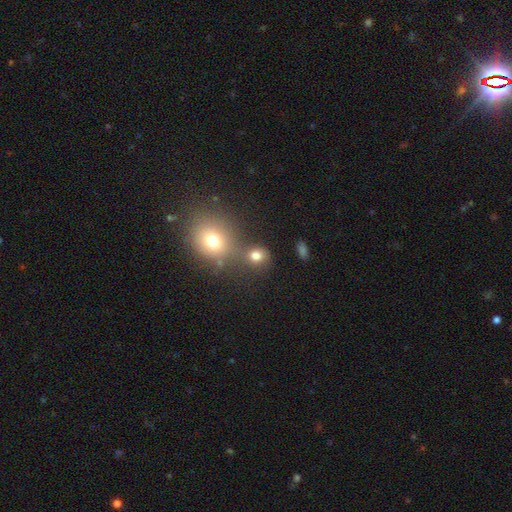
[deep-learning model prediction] A smooth galaxy with no disk features (77%) that is round (77%).

Vote fractions:
- Smooth or featured? smooth: 77% / star or artifact: 15% / featured or disk: 8%
- How rounded? round: 77% / in between: 21% / cigar-shaped: 1%
- Merging? none: 57% / merger: 28% / minor disturbance: 10% / major disturbance: 5%